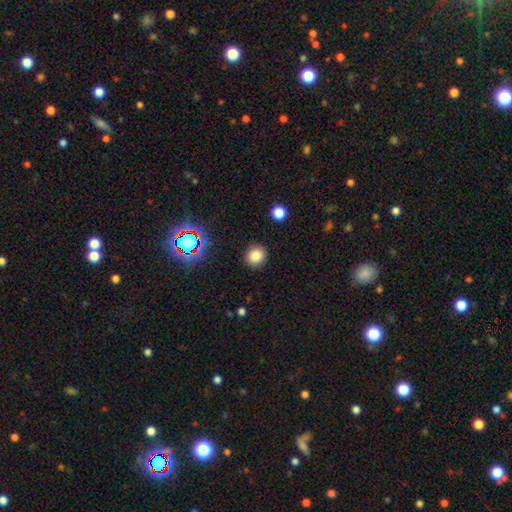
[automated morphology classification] smooth-or-featured: smooth: 81% | star or artifact: 14% | featured or disk: 5%
  how-rounded: round: 87% | in between: 12% | cigar-shaped: 1%
  merging: none: 89% | minor disturbance: 7% | major disturbance: 2% | merger: 1%